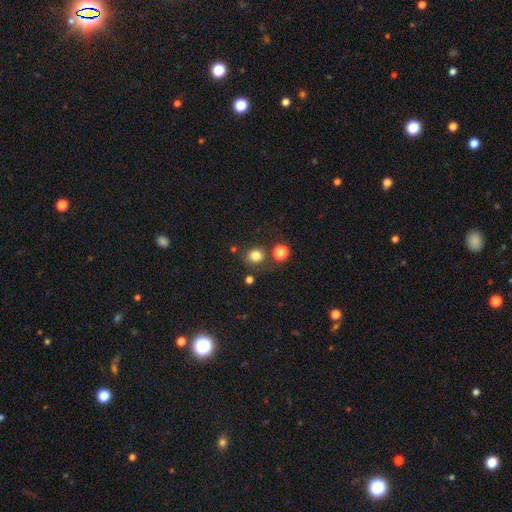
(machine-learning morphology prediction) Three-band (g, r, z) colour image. It shows a smooth galaxy with no disk features (81%) that is round (83%). Merging: none (79%).